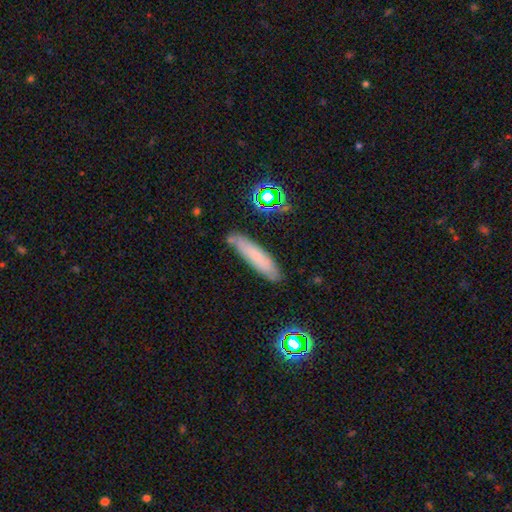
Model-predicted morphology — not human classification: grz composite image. It shows a smooth galaxy with no disk features (67%) that is cigar-shaped (83%). Merging: none (80%).